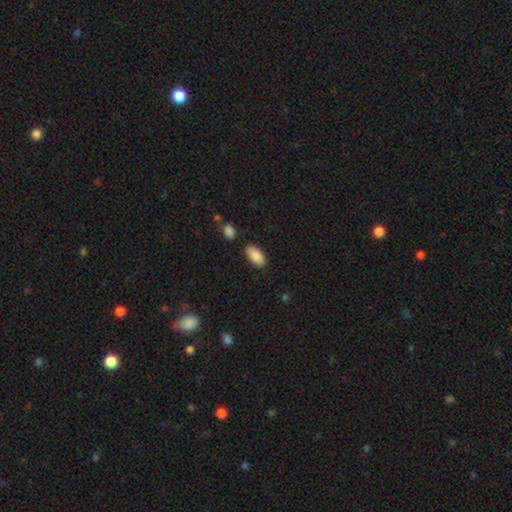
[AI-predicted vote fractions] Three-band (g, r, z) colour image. It shows a smooth galaxy with no disk features (89%) that is in between round and cigar-shaped (93%). Merging: none (83%).